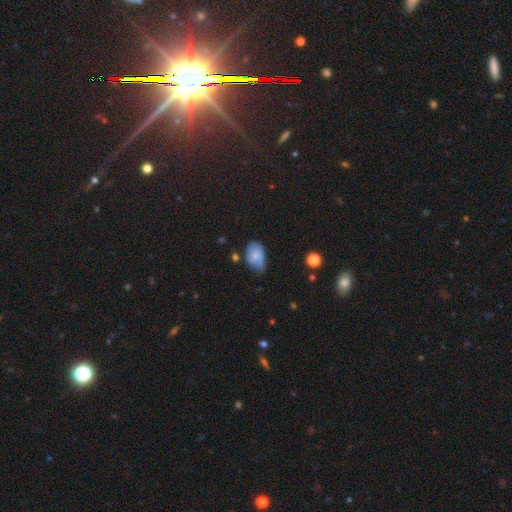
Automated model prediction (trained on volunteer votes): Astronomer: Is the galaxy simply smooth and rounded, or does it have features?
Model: smooth — 59%.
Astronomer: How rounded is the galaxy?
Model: in between — 86%.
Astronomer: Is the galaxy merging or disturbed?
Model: none — 47% (runner-up: minor disturbance, 40%).